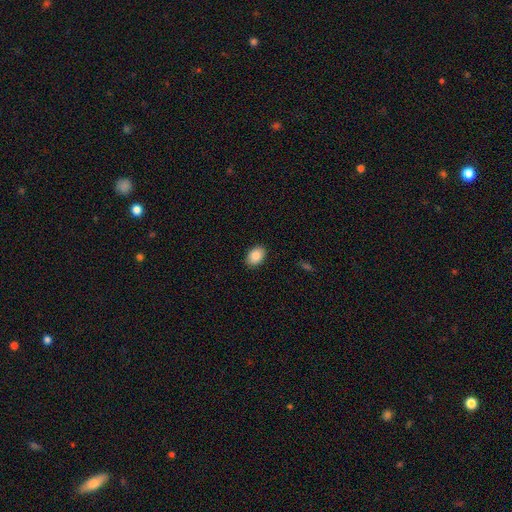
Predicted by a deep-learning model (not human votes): This appears to be a smooth galaxy with no disk features (88%) that is in between round and cigar-shaped (81%). Merging: none (89%).